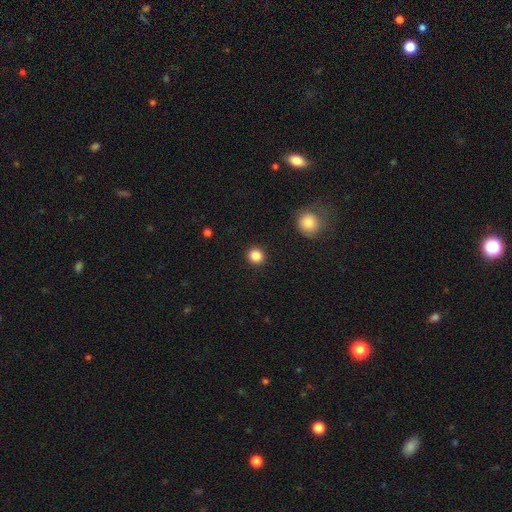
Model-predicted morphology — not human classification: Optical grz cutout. It shows a smooth galaxy with no disk features (86%) that is round (92%). Merging: none (92%).